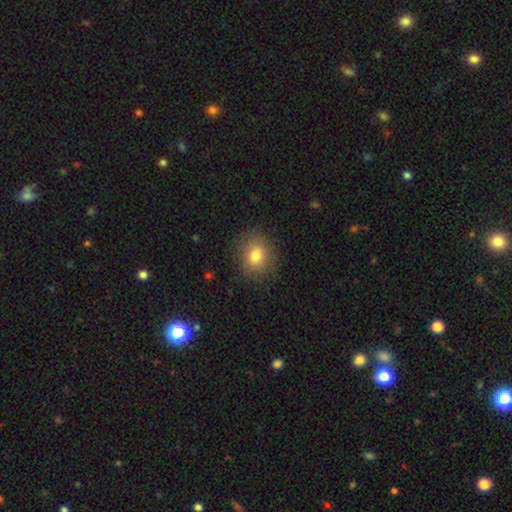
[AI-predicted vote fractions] Smooth or featured? smooth (80%)
How rounded? round (61%)
Merging? none (83%)